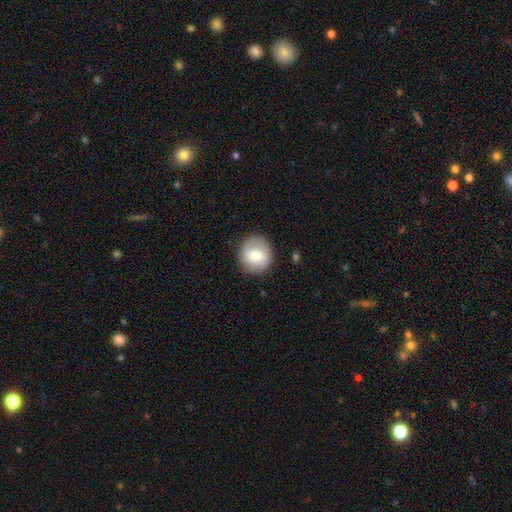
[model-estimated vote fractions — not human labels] This is likely a smooth galaxy (61%). How rounded: clearly round (89%). Merging: clearly none (86%).